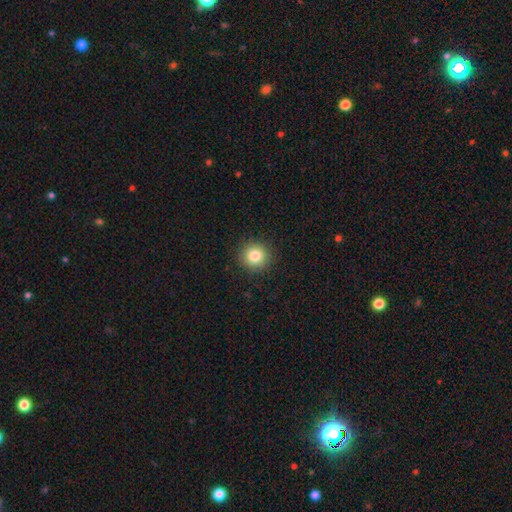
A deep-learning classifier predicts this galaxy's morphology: Smooth or featured? Predicted: smooth (p=0.83). How rounded? Predicted: round (p=0.93). Merging? Predicted: none (p=0.91).